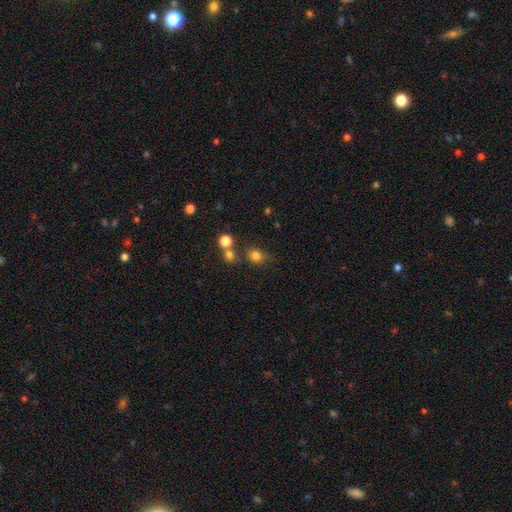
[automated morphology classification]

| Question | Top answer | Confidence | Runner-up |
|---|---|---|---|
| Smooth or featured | smooth | 78% | star or artifact (15%) |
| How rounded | round | 66% | in between (33%) |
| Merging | none | 62% | merger (16%) |